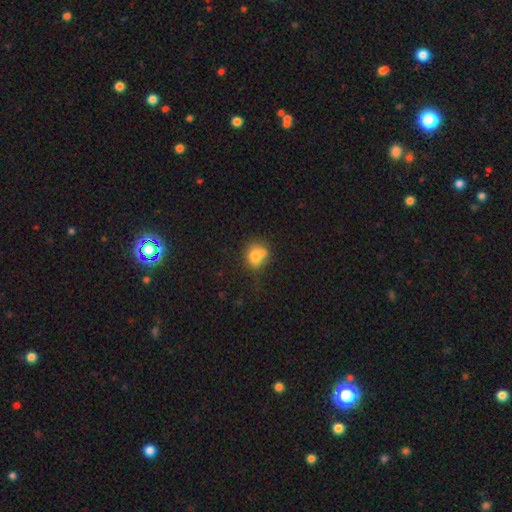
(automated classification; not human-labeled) smooth 72%, featured or disk 17%, star or artifact 11%. Down the decision tree: how rounded — round (68%); merging — merger (42%).